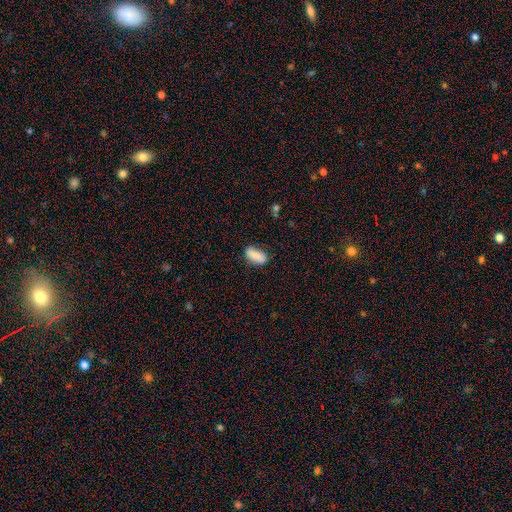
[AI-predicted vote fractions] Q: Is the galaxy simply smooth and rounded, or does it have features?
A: smooth — 85%.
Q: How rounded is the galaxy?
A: in between — 90%.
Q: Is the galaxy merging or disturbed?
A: none — 77%.